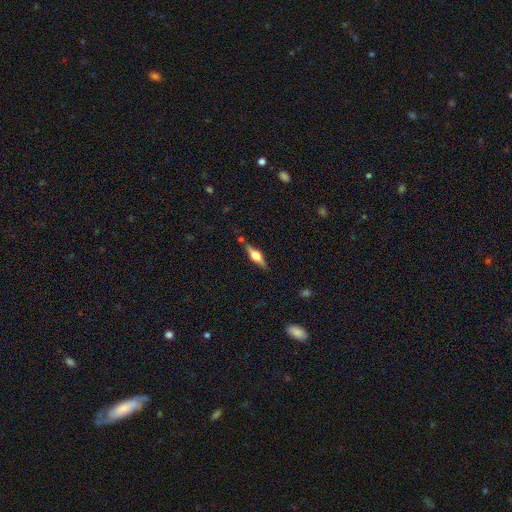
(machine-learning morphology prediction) This appears to be a featured or disk galaxy (65%) viewed edge-on (96%) with a rounded central bulge (92%). Merging: none (81%).